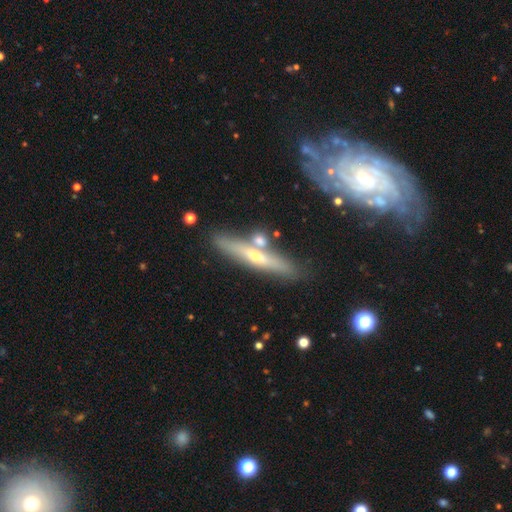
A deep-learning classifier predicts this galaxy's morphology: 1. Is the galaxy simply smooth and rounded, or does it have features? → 59% featured or disk, 34% smooth, 7% star or artifact.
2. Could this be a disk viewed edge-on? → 85% yes, 15% no.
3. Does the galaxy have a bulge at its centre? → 71% rounded, 24% none, 5% boxy.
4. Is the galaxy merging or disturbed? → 73% none, 12% minor disturbance, 12% merger, 3% major disturbance.